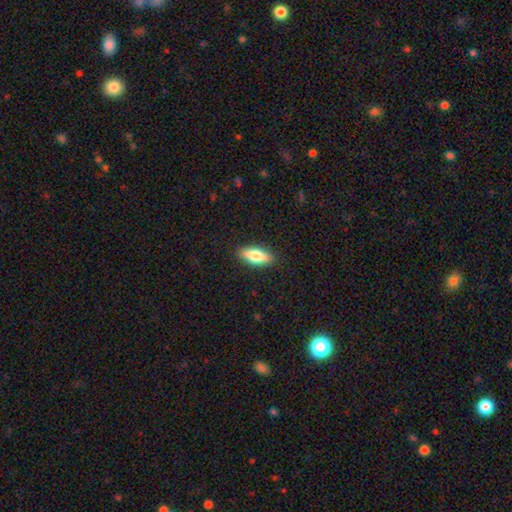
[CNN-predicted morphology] type=smooth (74%); roundness=in between (72%); merging=none (89%).